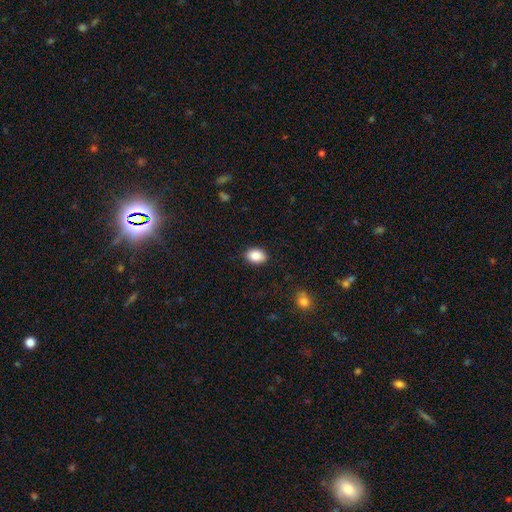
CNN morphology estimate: smooth_or_featured: smooth (p=0.89) [alt: star or artifact p=0.07]
how_rounded: in between (p=0.82) [alt: round p=0.17]
merging: none (p=0.88) [alt: minor disturbance p=0.09]